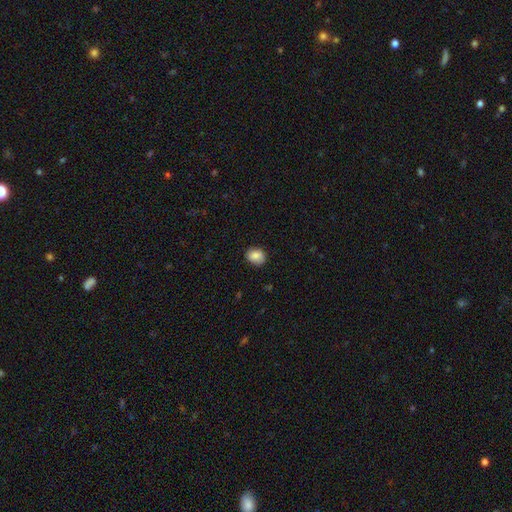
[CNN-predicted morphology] Smooth or featured: smooth — 86% (star or artifact — 8%)
How rounded: round — 53% (in between — 46%)
Merging: none — 83% (minor disturbance — 13%)